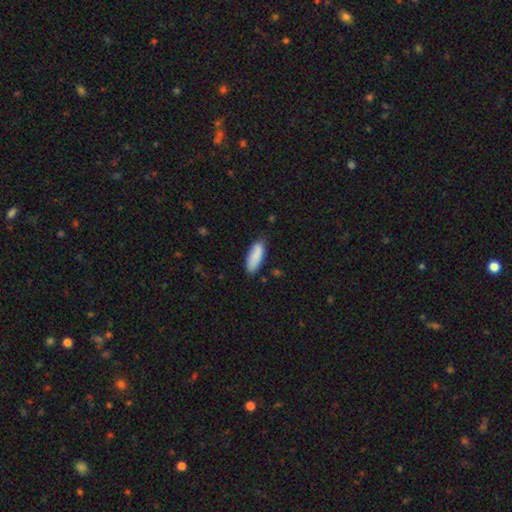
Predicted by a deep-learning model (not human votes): smooth_or_featured: smooth (p=0.87) [alt: featured or disk p=0.07]
how_rounded: in between (p=0.71) [alt: cigar-shaped p=0.27]
merging: none (p=0.76) [alt: minor disturbance p=0.19]